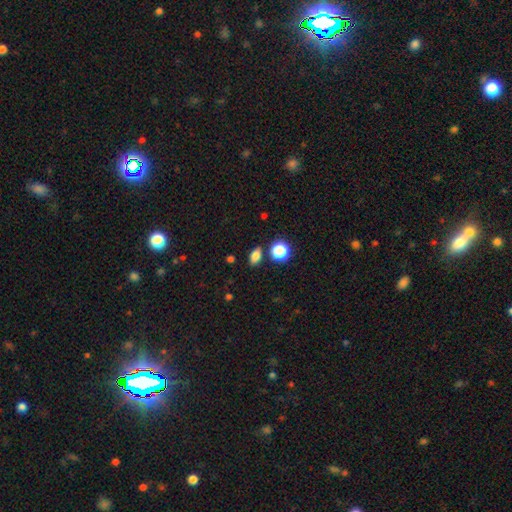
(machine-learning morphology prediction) smooth-or-featured: smooth: 79% | star or artifact: 14% | featured or disk: 7%
  how-rounded: in between: 76% | round: 20% | cigar-shaped: 4%
  merging: none: 83% | minor disturbance: 10% | merger: 5% | major disturbance: 2%